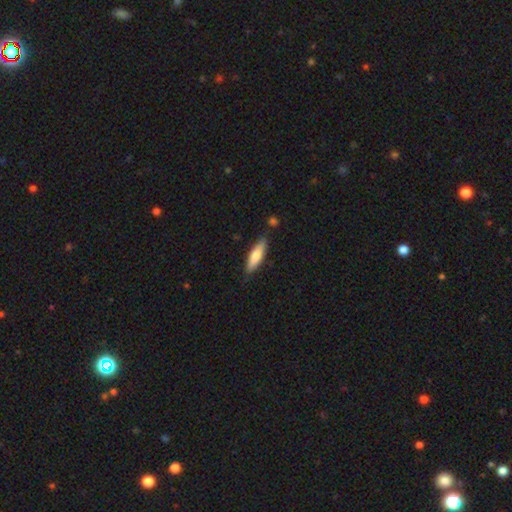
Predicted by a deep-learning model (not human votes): A smooth galaxy with no disk features (71%) that is cigar-shaped (66%).

Vote fractions:
- Smooth or featured? smooth: 71% / featured or disk: 23% / star or artifact: 5%
- How rounded? cigar-shaped: 66% / in between: 33% / round: 2%
- Merging? none: 84% / minor disturbance: 11% / merger: 3% / major disturbance: 2%